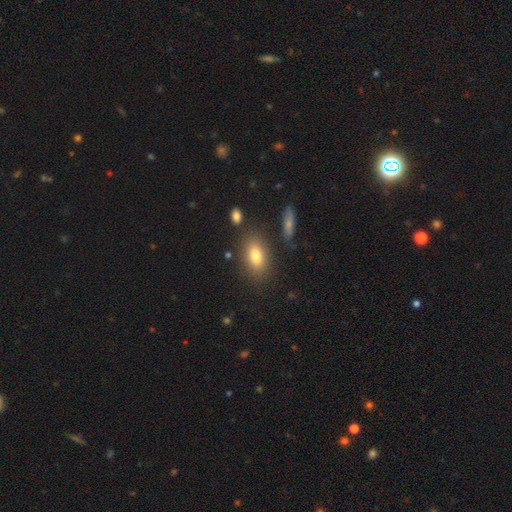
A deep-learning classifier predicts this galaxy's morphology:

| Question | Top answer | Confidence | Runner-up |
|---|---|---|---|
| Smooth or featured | smooth | 78% | featured or disk (13%) |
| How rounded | in between | 85% | round (8%) |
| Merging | none | 81% | minor disturbance (11%) |